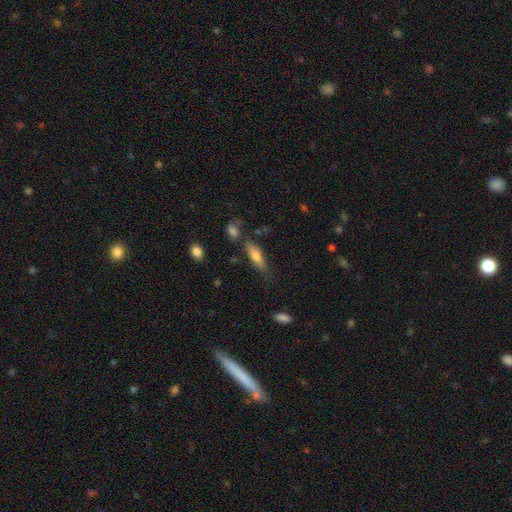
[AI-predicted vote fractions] Morphology: type=smooth (65%); roundness=cigar-shaped (56%); merging=none (70%).